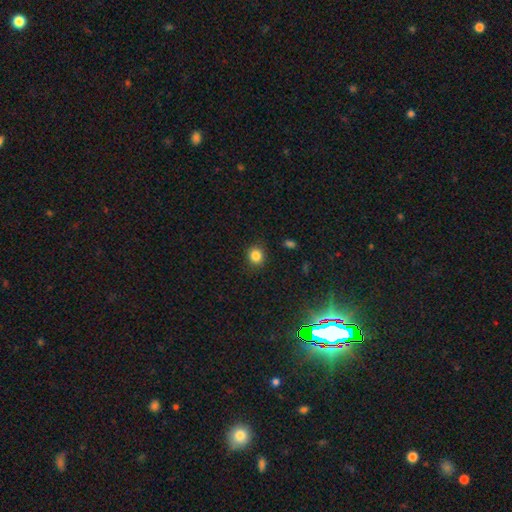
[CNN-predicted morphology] Q: Smooth or featured?
A: smooth (84%); runner-up: star or artifact (12%)
Q: How rounded?
A: round (84%); runner-up: in between (15%)
Q: Merging?
A: none (89%); runner-up: minor disturbance (7%)